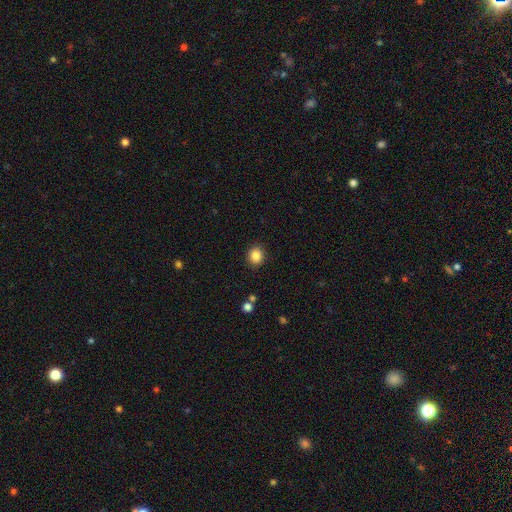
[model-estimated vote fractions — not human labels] Smooth or featured? Predicted: smooth (p=0.86). How rounded? Predicted: round (p=0.78). Merging? Predicted: none (p=0.89).